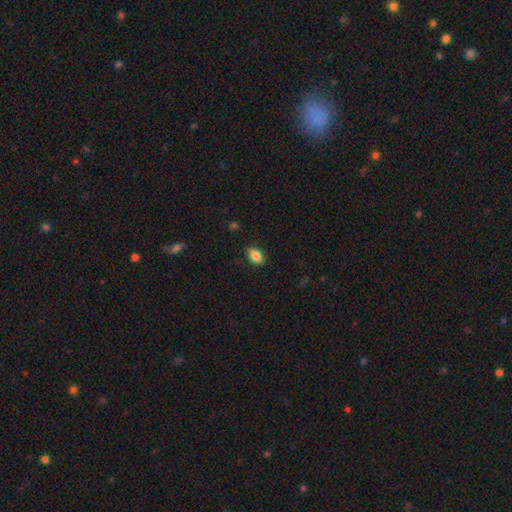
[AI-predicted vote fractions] Smooth or featured? Predicted: smooth (p=0.85). How rounded? Predicted: in between (p=0.88). Merging? Predicted: none (p=0.87).